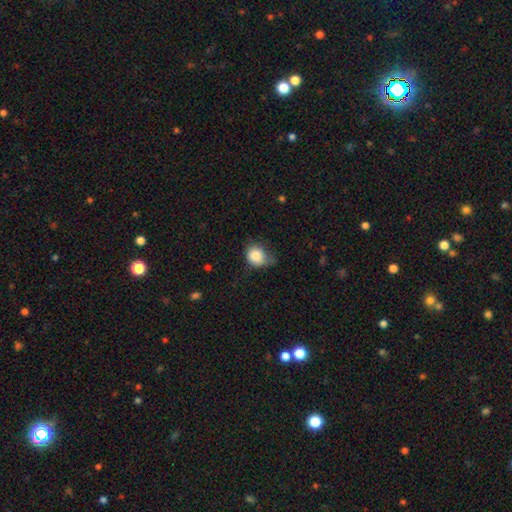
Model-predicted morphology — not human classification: Smooth or featured?
  - smooth: 84% *
  - star or artifact: 9%
  - featured or disk: 7%
How rounded?
  - round: 66% *
  - in between: 33%
  - cigar-shaped: 1%
Merging?
  - minor disturbance: 46% *
  - none: 34%
  - major disturbance: 18%
  - merger: 2%